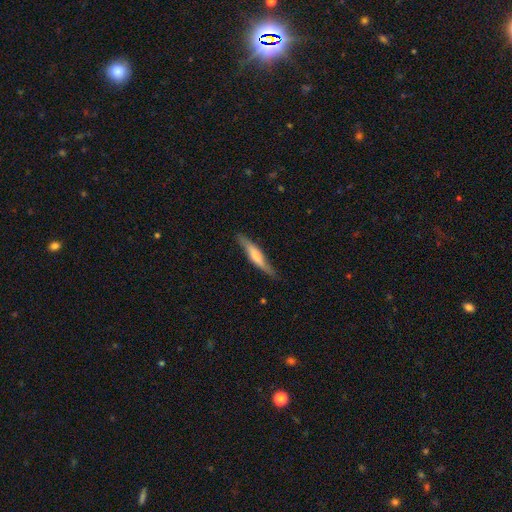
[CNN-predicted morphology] A smooth galaxy with no disk features (51%) that is cigar-shaped (88%).

Vote fractions:
- Smooth or featured? smooth: 51% / featured or disk: 43% / star or artifact: 6%
- How rounded? cigar-shaped: 88% / in between: 11% / round: 2%
- Merging? none: 78% / minor disturbance: 17% / major disturbance: 3% / merger: 1%